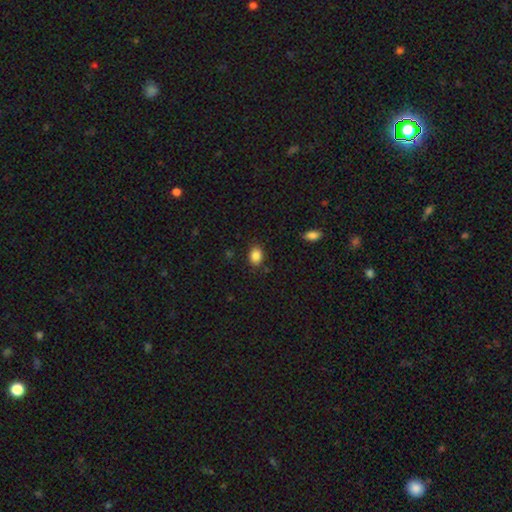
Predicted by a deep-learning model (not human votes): A smooth galaxy with no disk features (87%) that is in between round and cigar-shaped (70%).

Vote fractions:
- Smooth or featured? smooth: 87% / star or artifact: 9% / featured or disk: 4%
- How rounded? in between: 70% / round: 29% / cigar-shaped: 1%
- Merging? none: 86% / minor disturbance: 10% / major disturbance: 3% / merger: 2%